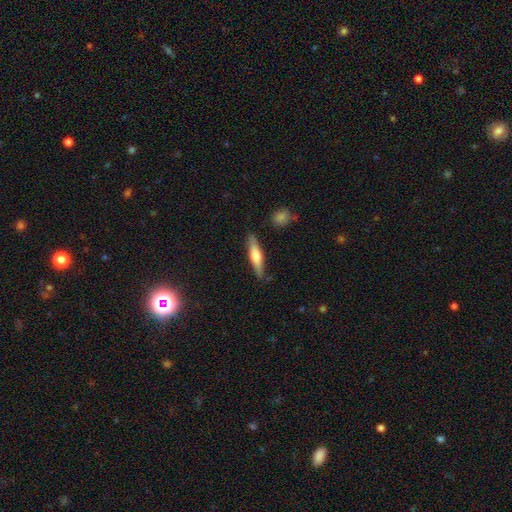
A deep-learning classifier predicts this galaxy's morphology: Q: Smooth or featured?
A: smooth (48%); runner-up: featured or disk (46%)
Q: Merging?
A: none (85%); runner-up: minor disturbance (11%)